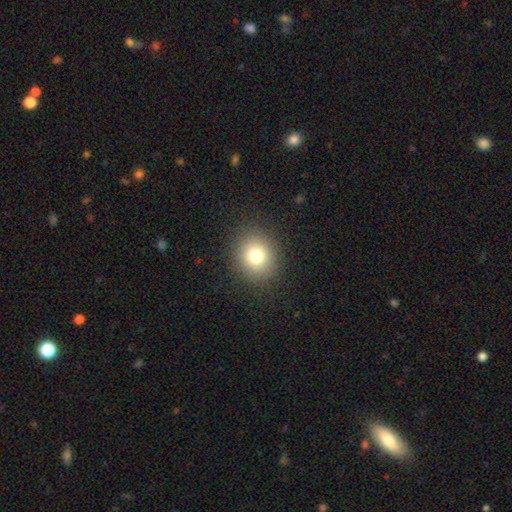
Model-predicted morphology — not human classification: This is likely a smooth galaxy (78%). How rounded: likely round (78%). Merging: clearly none (89%).